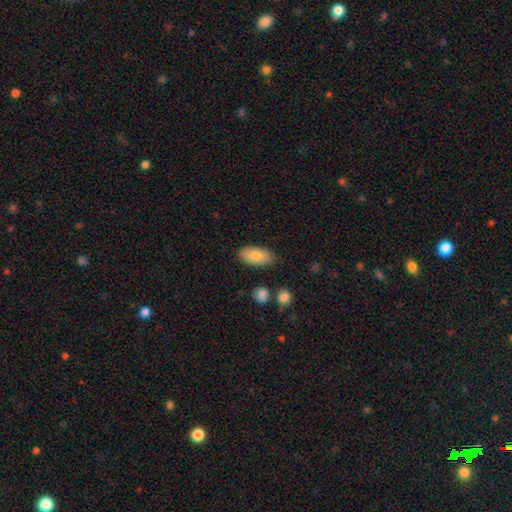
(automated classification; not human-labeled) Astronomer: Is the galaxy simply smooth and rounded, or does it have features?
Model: smooth — 83%.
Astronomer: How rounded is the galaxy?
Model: in between — 93%.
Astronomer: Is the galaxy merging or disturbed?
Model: none — 84%.